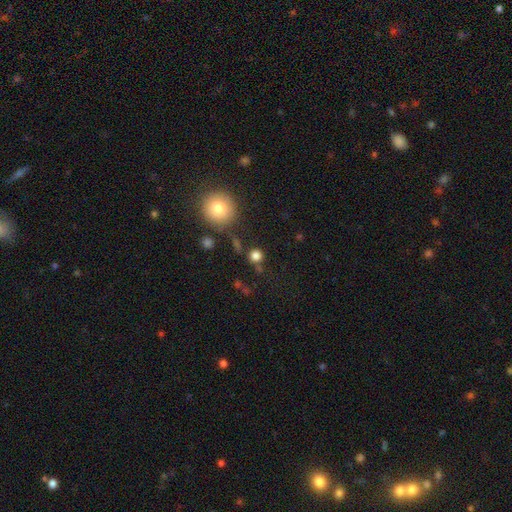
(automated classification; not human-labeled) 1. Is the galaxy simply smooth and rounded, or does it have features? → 80% smooth, 14% star or artifact, 5% featured or disk.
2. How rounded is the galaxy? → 90% round, 9% in between, 1% cigar-shaped.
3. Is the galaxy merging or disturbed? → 76% none, 10% minor disturbance, 9% merger, 5% major disturbance.